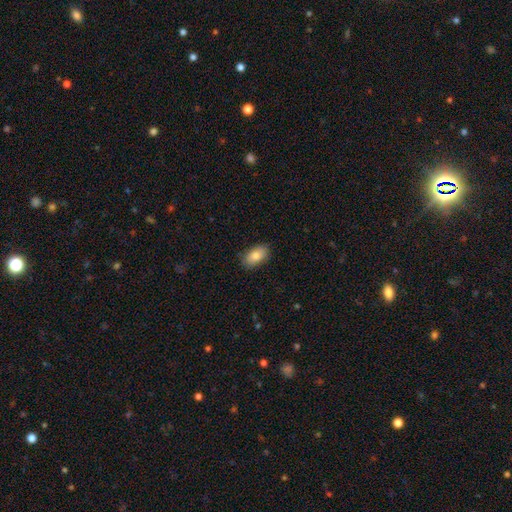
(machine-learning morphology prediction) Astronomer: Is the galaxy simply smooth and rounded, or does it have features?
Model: smooth — 84%.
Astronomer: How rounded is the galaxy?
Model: in between — 92%.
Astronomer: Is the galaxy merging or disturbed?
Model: none — 87%.